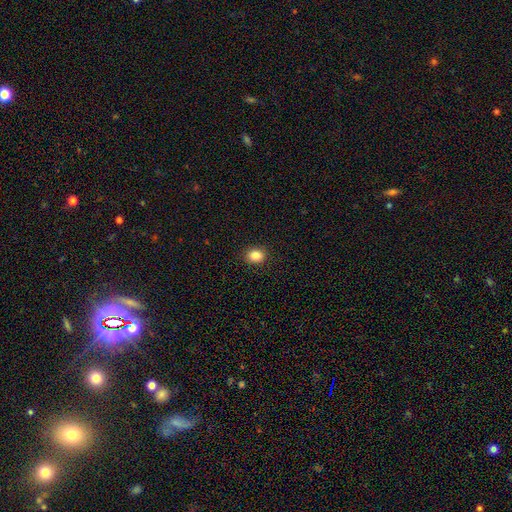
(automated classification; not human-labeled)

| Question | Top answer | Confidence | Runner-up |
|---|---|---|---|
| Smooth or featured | smooth | 85% | star or artifact (10%) |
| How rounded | round | 64% | in between (35%) |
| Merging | none | 91% | minor disturbance (6%) |